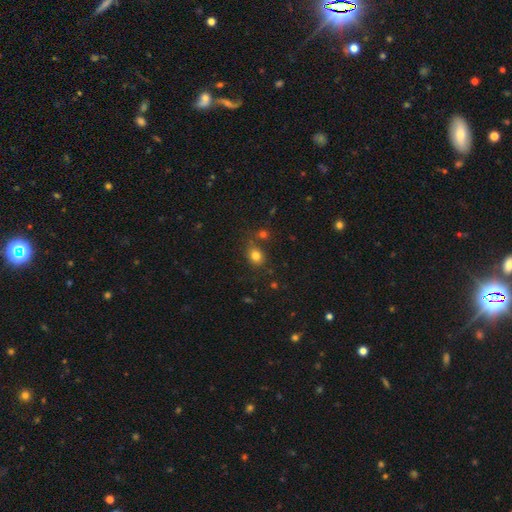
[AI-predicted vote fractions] Smooth or featured?
  - smooth: 79% *
  - star or artifact: 13%
  - featured or disk: 7%
How rounded?
  - round: 52% *
  - in between: 47%
  - cigar-shaped: 1%
Merging?
  - none: 69% *
  - minor disturbance: 14%
  - merger: 13%
  - major disturbance: 5%